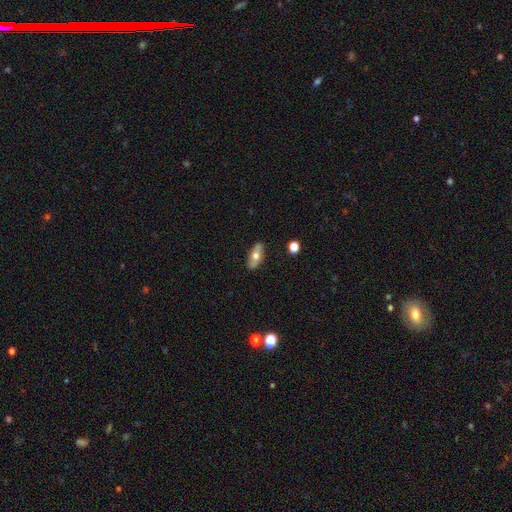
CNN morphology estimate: This is possibly a smooth galaxy (54%). How rounded: likely in between (78%). Merging: clearly none (83%).